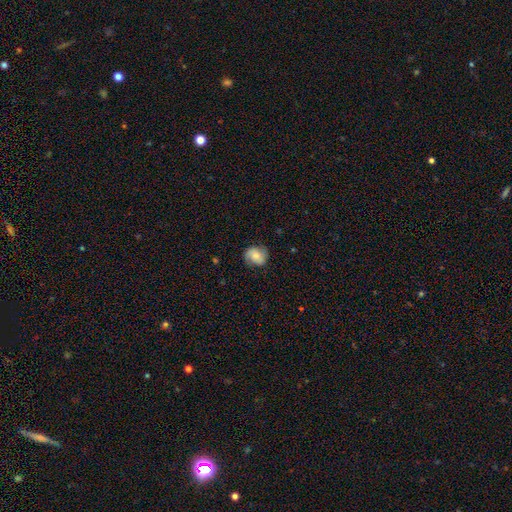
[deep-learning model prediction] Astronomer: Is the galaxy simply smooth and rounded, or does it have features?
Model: smooth — 54% (runner-up: featured or disk, 37%).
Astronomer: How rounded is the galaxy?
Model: round — 66%.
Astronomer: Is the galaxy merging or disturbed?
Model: none — 77%.